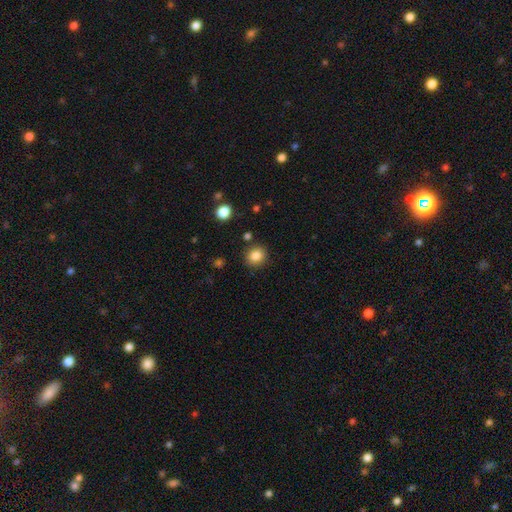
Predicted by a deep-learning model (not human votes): smooth 85%, star or artifact 11%, featured or disk 5%. Down the decision tree: how rounded — round (85%); merging — none (88%).